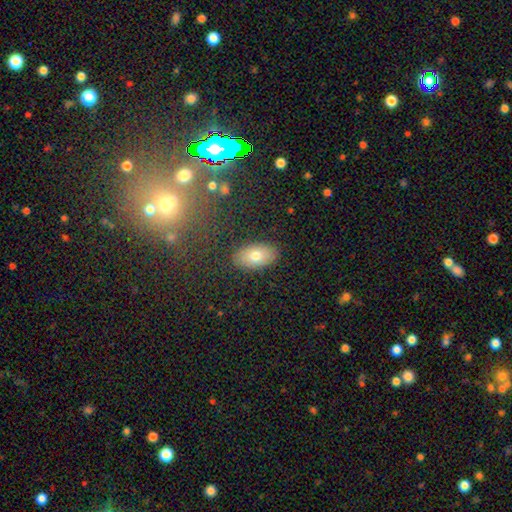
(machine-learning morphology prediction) smooth_or_featured: smooth (p=0.75) [alt: featured or disk p=0.16]
how_rounded: in between (p=0.93) [alt: round p=0.06]
merging: none (p=0.88) [alt: minor disturbance p=0.09]